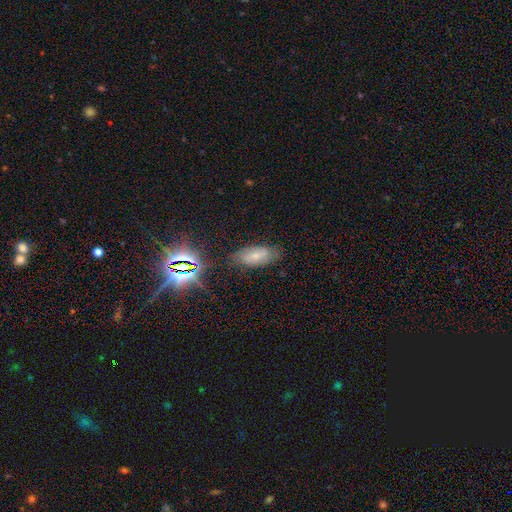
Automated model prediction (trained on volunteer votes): smooth-or-featured: smooth: 50% | featured or disk: 33% | star or artifact: 17%
  how-rounded: in between: 87% | cigar-shaped: 9% | round: 4%
  merging: none: 75% | minor disturbance: 18% | major disturbance: 5% | merger: 2%